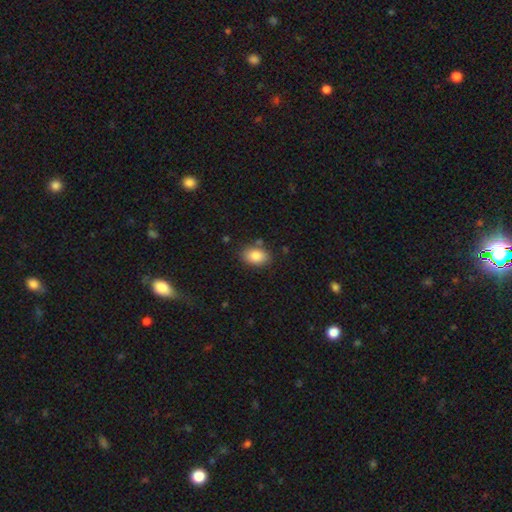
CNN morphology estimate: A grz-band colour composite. It shows a smooth galaxy with no disk features (86%) that is in between round and cigar-shaped (87%). Merging: none (80%).